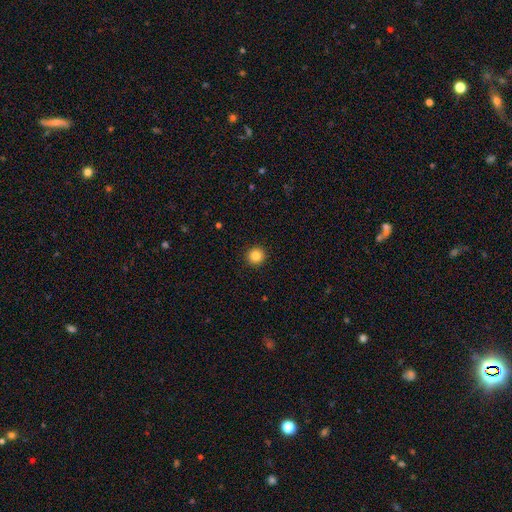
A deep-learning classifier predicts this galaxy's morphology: This appears to be a smooth galaxy with no disk features (84%) that is round (95%). Merging: none (93%).